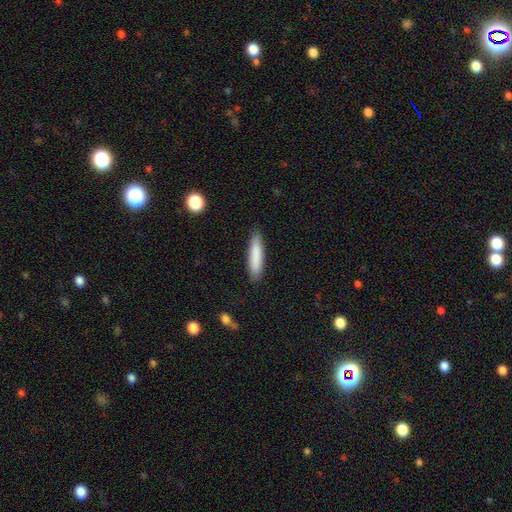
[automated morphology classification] smooth_or_featured: smooth (p=0.85) [alt: featured or disk p=0.09]
how_rounded: cigar-shaped (p=0.80) [alt: in between p=0.19]
merging: none (p=0.87) [alt: minor disturbance p=0.09]